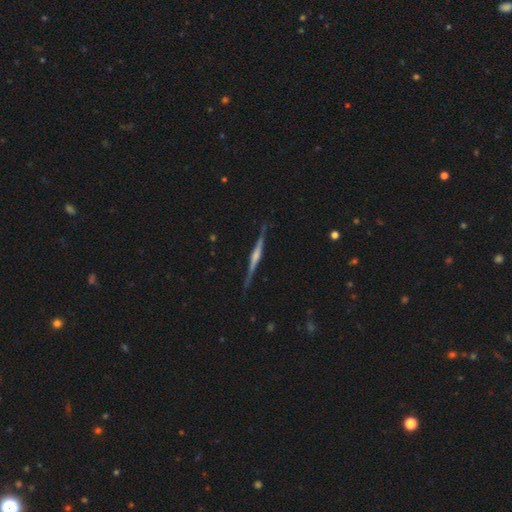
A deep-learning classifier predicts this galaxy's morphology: Smooth or featured: featured or disk — 82% (smooth — 12%)
Edge-on disk: yes — 98% (no — 2%)
Edge-on bulge: rounded — 64% (boxy — 20%)
Merging: none — 89% (minor disturbance — 8%)